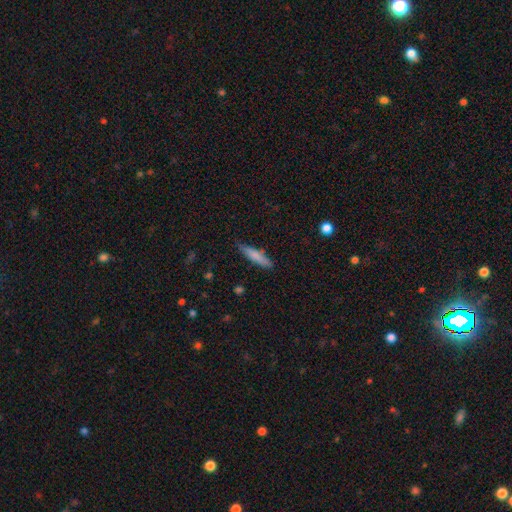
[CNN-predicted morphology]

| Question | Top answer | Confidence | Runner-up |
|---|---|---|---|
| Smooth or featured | smooth | 76% | featured or disk (17%) |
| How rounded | cigar-shaped | 82% | in between (16%) |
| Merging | none | 76% | minor disturbance (18%) |